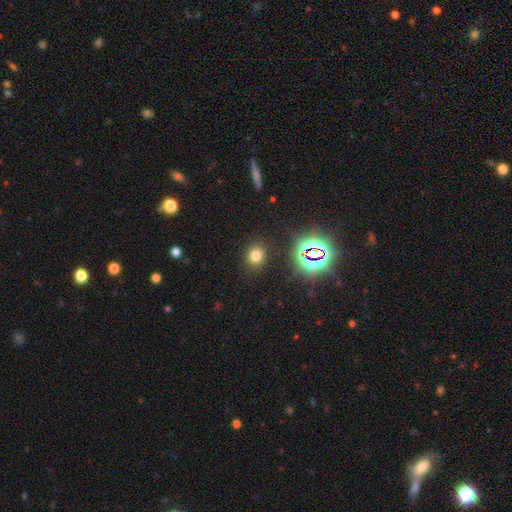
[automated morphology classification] smooth 70%, star or artifact 23%, featured or disk 7%. Down the decision tree: how rounded — round (65%); merging — none (87%).